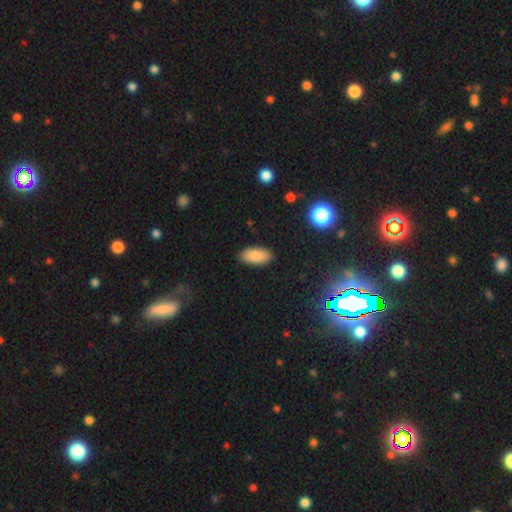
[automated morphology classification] Overall: smooth (87%). How rounded: in between (92%). Merging: none (88%).